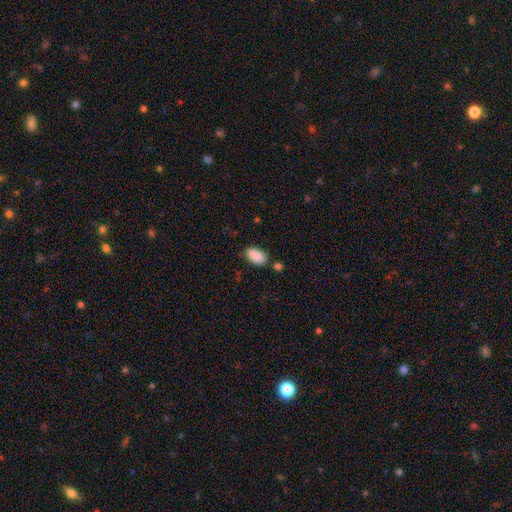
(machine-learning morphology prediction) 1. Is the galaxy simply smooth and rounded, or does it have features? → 89% smooth, 7% star or artifact, 4% featured or disk.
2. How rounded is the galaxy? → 94% in between, 4% round, 3% cigar-shaped.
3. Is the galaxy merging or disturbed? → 76% none, 15% minor disturbance, 7% merger, 3% major disturbance.